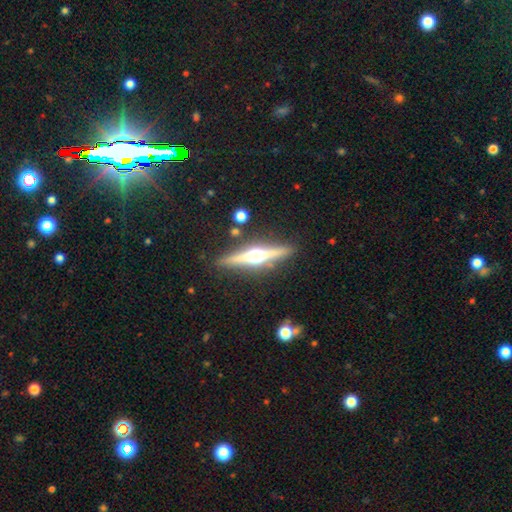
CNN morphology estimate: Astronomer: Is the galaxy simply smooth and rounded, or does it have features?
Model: featured or disk — 78%.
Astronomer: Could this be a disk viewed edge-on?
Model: yes — 97%.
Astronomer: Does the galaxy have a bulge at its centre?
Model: rounded — 95%.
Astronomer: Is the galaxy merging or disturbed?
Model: none — 88%.